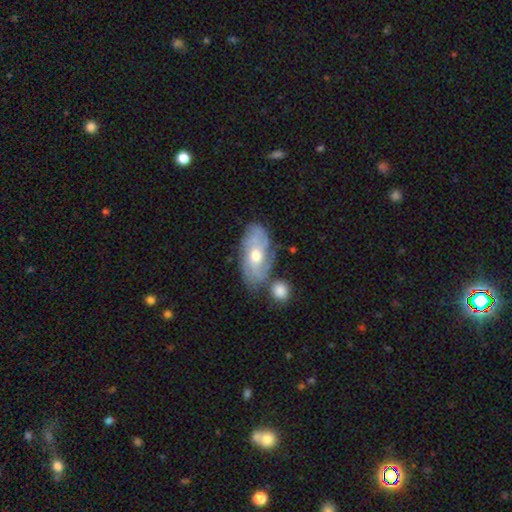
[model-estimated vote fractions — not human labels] This appears to be a featured or disk galaxy (73%) with no bar (71%), tight (51%) spiral arms (89%) and a moderate central bulge (73%). Merging: none (57%).